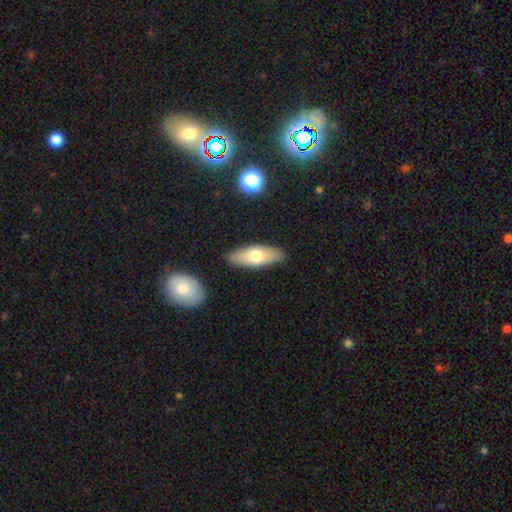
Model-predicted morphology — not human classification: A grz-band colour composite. It shows a smooth galaxy with no disk features (65%) that is in between round and cigar-shaped (72%). Merging: none (87%).